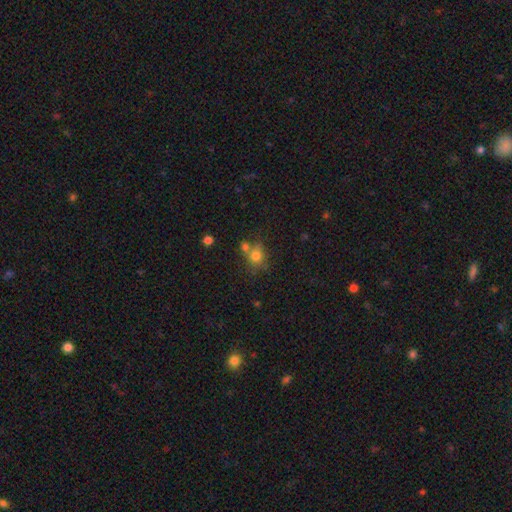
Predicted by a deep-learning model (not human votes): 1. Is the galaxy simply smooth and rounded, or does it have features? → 75% smooth, 13% star or artifact, 11% featured or disk.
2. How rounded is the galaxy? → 80% round, 19% in between, 1% cigar-shaped.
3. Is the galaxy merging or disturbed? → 52% none, 31% merger, 12% minor disturbance, 5% major disturbance.